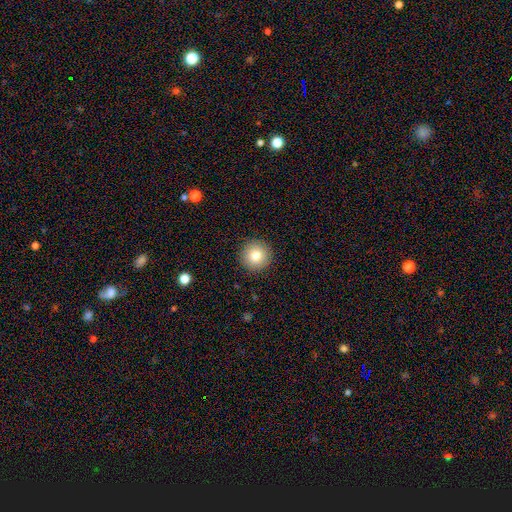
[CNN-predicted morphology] type=smooth (81%); roundness=round (96%); merging=none (92%).